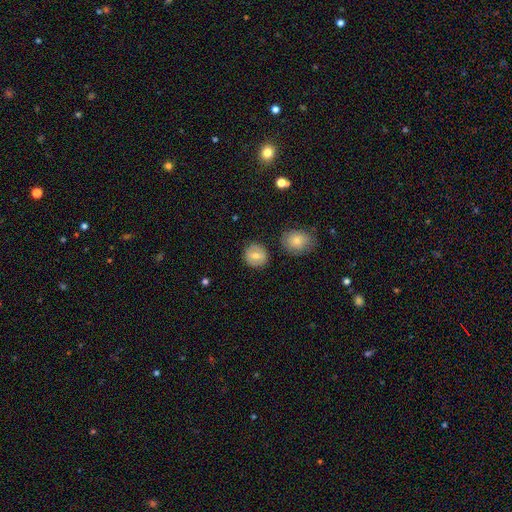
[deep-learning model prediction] A smooth galaxy with no disk features (70%) that is round (86%). Merging: none (85%).